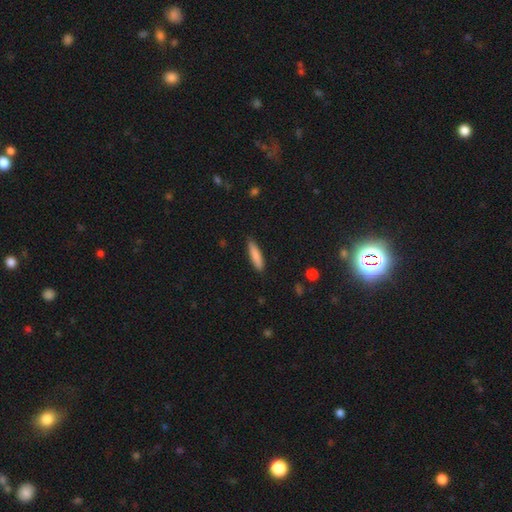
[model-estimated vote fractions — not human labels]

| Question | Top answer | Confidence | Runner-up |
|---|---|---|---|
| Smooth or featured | smooth | 84% | featured or disk (10%) |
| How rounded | cigar-shaped | 80% | in between (19%) |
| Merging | none | 85% | minor disturbance (12%) |